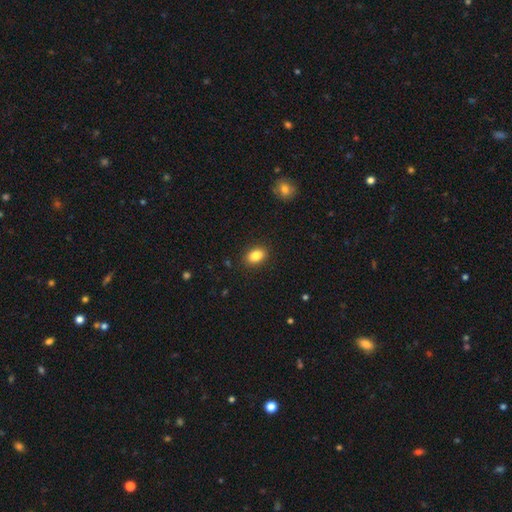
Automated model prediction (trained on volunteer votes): Smooth or featured?
  - smooth: 85% *
  - star or artifact: 9%
  - featured or disk: 6%
How rounded?
  - in between: 82% *
  - round: 17%
  - cigar-shaped: 1%
Merging?
  - none: 89% *
  - minor disturbance: 8%
  - major disturbance: 2%
  - merger: 1%